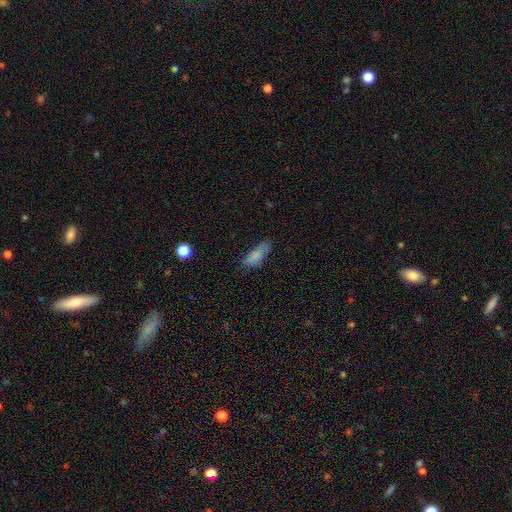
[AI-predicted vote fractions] Smooth or featured: smooth — 80% (featured or disk — 12%)
How rounded: in between — 72% (cigar-shaped — 25%)
Merging: none — 62% (minor disturbance — 28%)